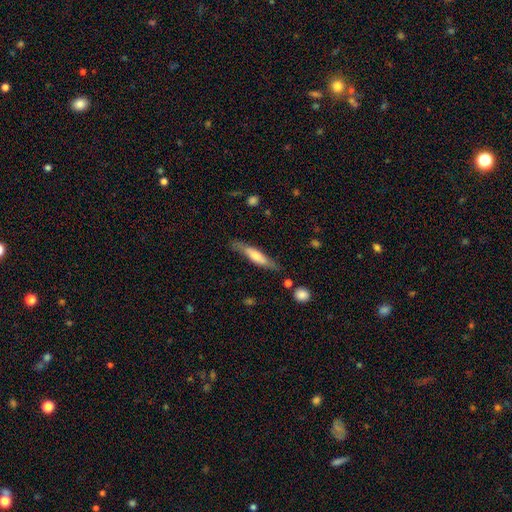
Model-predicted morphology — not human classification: Q: Smooth or featured?
A: smooth (47%); tied with: featured or disk (47%)
Q: Merging?
A: none (80%); runner-up: minor disturbance (14%)